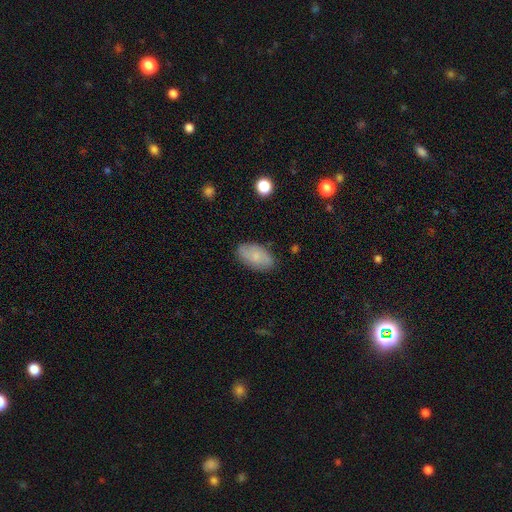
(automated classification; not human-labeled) Overall: smooth (73%). How rounded: in between (93%). Merging: none (82%).